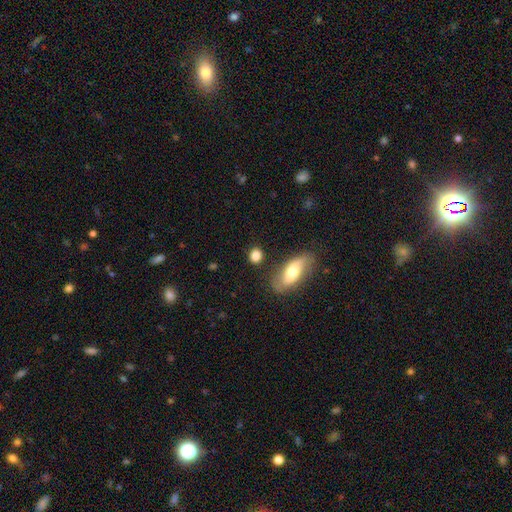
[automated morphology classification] A smooth galaxy with no disk features (83%) that is round (60%). Merging: none (77%).